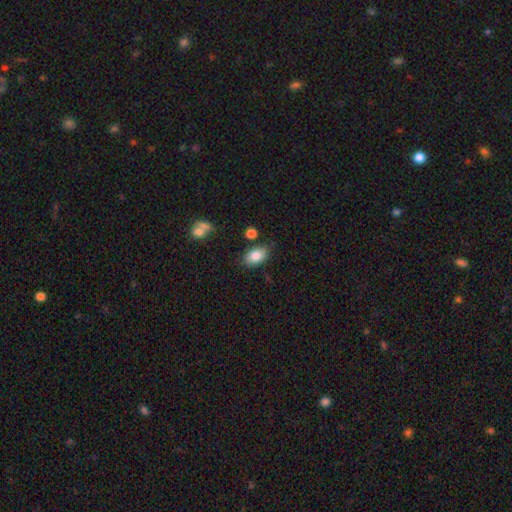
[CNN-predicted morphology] Smooth or featured? Predicted: smooth (p=0.84). How rounded? Predicted: in between (p=0.89). Merging? Predicted: none (p=0.79).